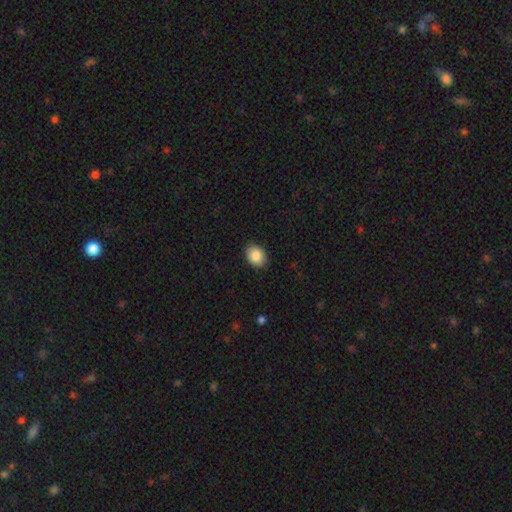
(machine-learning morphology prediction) A smooth galaxy with no disk features (87%) that is in between round and cigar-shaped (68%).

Vote fractions:
- Smooth or featured? smooth: 87% / star or artifact: 8% / featured or disk: 6%
- How rounded? in between: 68% / round: 31% / cigar-shaped: 1%
- Merging? none: 88% / minor disturbance: 9% / major disturbance: 2% / merger: 1%